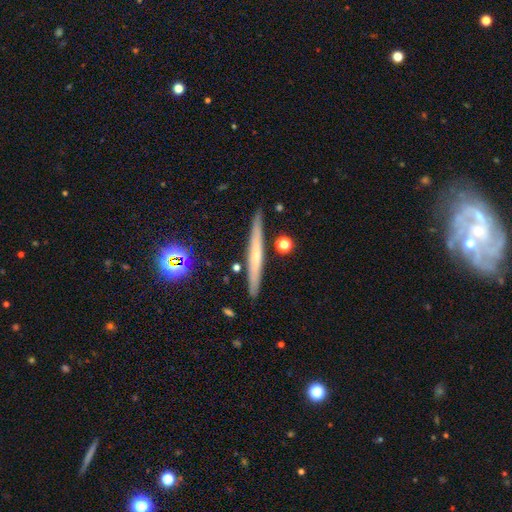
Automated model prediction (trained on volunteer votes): This appears to be a featured or disk galaxy (46%). Merging: none (87%).